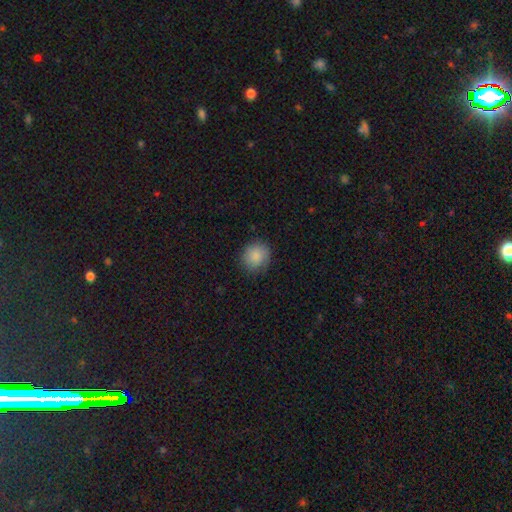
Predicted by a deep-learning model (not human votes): A smooth galaxy with no disk features (86%) that is round (85%).

Vote fractions:
- Smooth or featured? smooth: 86% / star or artifact: 7% / featured or disk: 6%
- How rounded? round: 85% / in between: 14% / cigar-shaped: 1%
- Merging? none: 82% / minor disturbance: 14% / major disturbance: 3% / merger: 1%